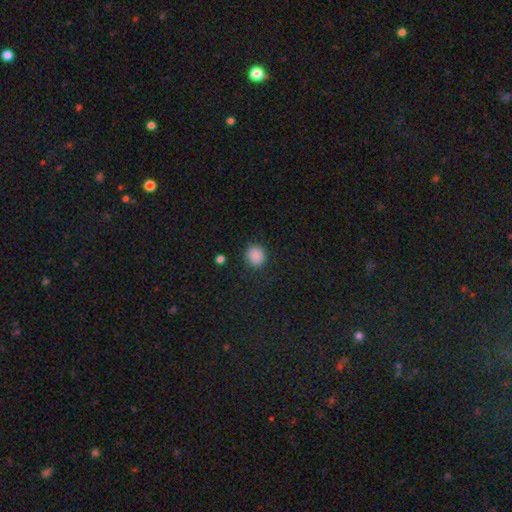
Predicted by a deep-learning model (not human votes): smooth_or_featured: smooth (p=0.87) [alt: star or artifact p=0.10]
how_rounded: round (p=0.86) [alt: in between p=0.13]
merging: none (p=0.86) [alt: minor disturbance p=0.09]